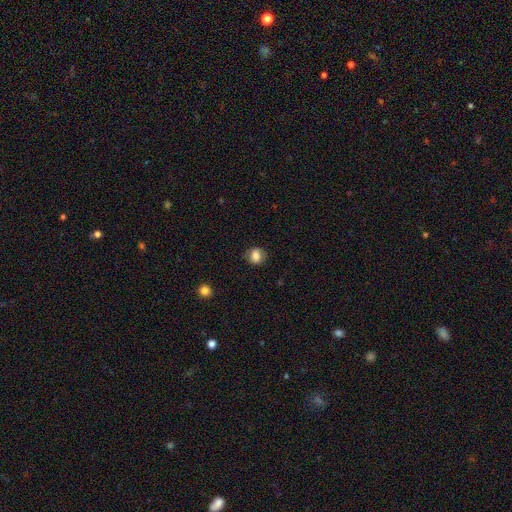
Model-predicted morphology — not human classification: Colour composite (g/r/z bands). It shows a smooth galaxy with no disk features (79%) that is round (64%). Merging: none (80%).